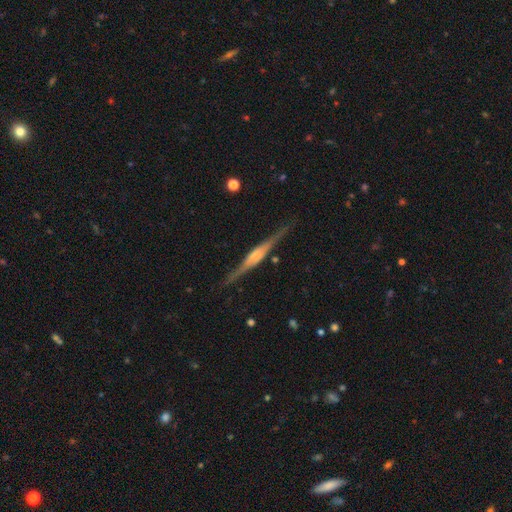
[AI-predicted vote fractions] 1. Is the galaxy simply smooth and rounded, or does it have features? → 79% featured or disk, 15% smooth, 6% star or artifact.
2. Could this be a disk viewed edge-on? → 98% yes, 2% no.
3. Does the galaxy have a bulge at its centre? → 61% rounded, 30% boxy, 9% none.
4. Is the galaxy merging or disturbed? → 86% none, 10% minor disturbance, 2% major disturbance, 1% merger.